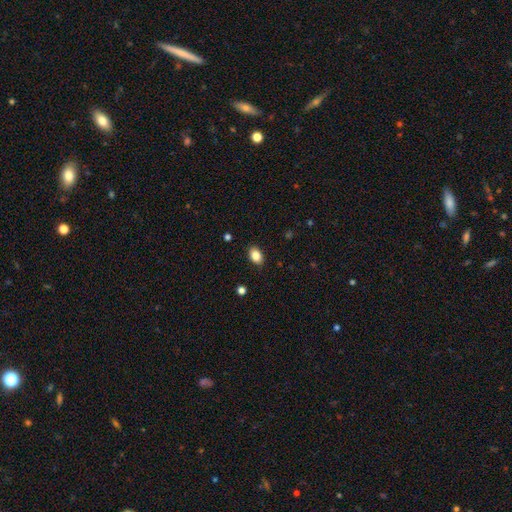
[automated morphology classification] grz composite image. It shows a smooth galaxy with no disk features (86%) that is in between round and cigar-shaped (82%). Merging: none (87%).